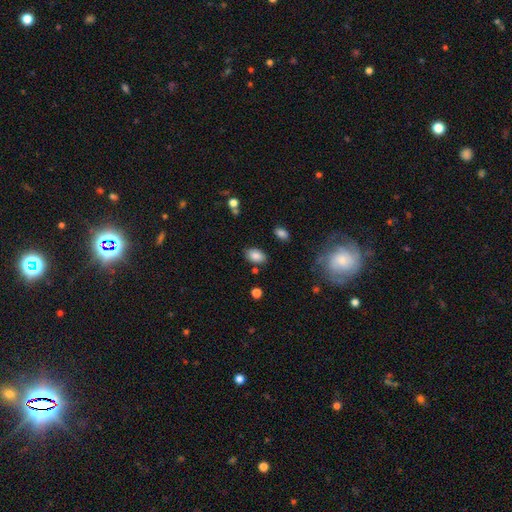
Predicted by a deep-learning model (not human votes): Smooth or featured: smooth — 85% (star or artifact — 9%)
How rounded: in between — 88% (round — 10%)
Merging: none — 80% (minor disturbance — 13%)